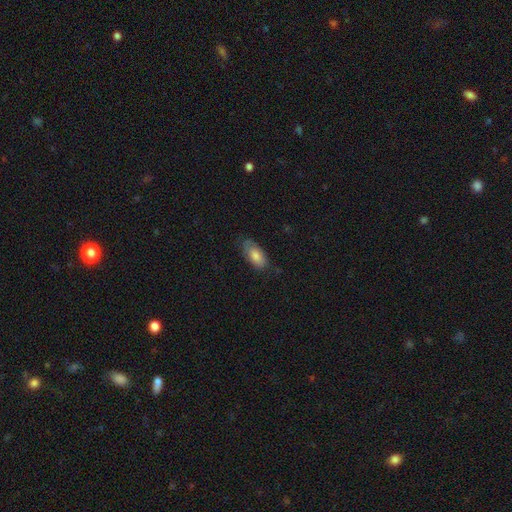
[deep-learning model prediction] The model was most divided on "merging": none: 66%, minor disturbance: 26%, major disturbance: 7%, merger: 1%. More confident: how rounded — in between (90%); smooth or featured — smooth (72%).